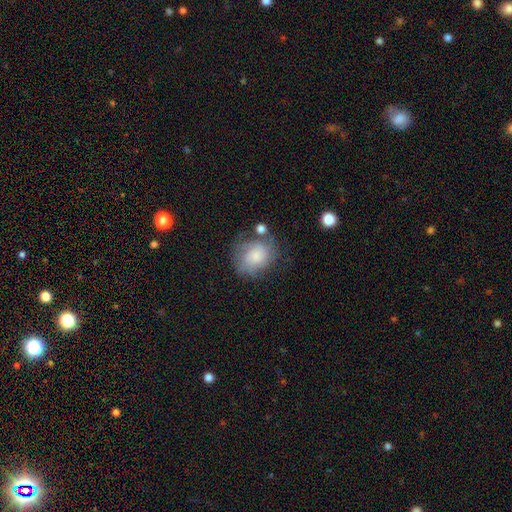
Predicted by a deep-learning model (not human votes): Overall: featured or disk (46%; smooth 45%). Merging: none (57%; minor disturbance 23%).